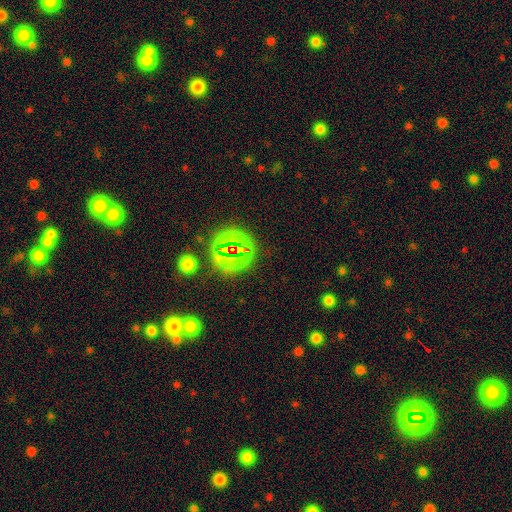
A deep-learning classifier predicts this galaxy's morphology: The model was most divided on "smooth or featured": star or artifact: 65%, smooth: 23%, featured or disk: 12%.